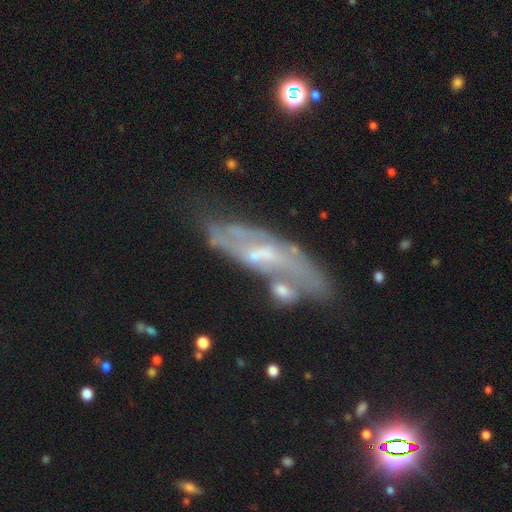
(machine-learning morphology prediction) smooth_or_featured: featured or disk (p=0.62) [alt: smooth p=0.28]
disk_edge_on: no (p=0.76) [alt: yes p=0.24]
merging: none (p=0.35) [alt: merger p=0.29]